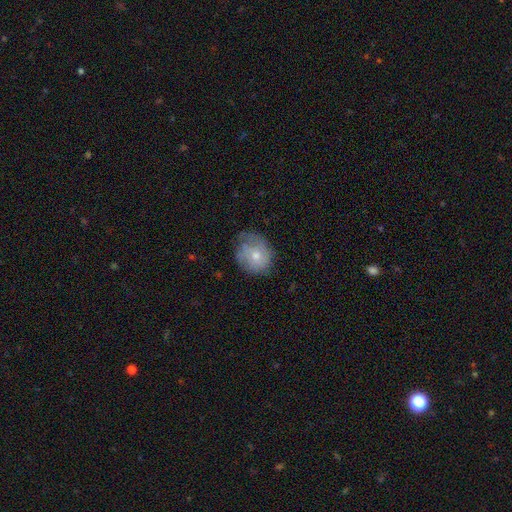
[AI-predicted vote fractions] Morphology: type=smooth (60%); roundness=round (66%); merging=none (50%).